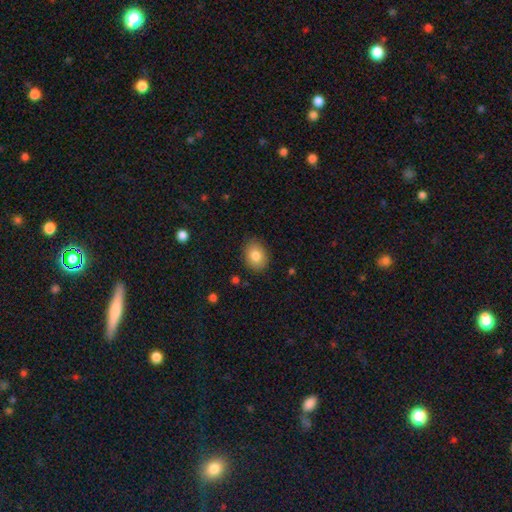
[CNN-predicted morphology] smooth_or_featured: smooth (p=0.83) [alt: featured or disk p=0.09]
how_rounded: in between (p=0.61) [alt: round p=0.38]
merging: none (p=0.87) [alt: minor disturbance p=0.10]